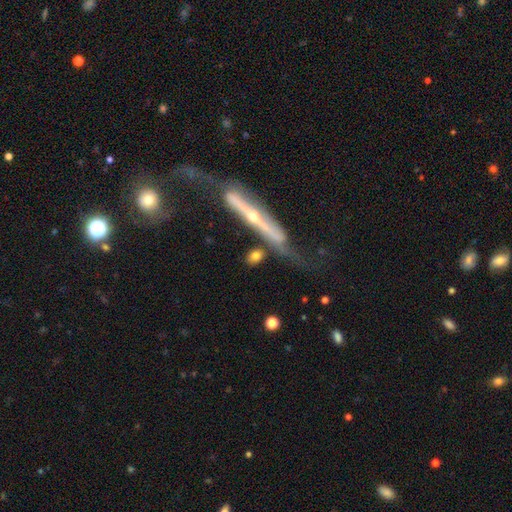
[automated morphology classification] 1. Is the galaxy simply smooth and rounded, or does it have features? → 62% smooth, 30% featured or disk, 8% star or artifact.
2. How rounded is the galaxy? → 53% in between, 27% round, 20% cigar-shaped.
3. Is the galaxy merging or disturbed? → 67% none, 16% minor disturbance, 10% merger, 7% major disturbance.